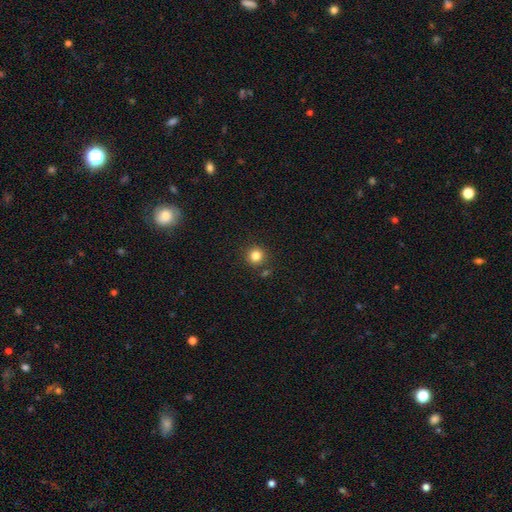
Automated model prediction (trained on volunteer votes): Overall: smooth (82%). How rounded: round (94%). Merging: none (86%).